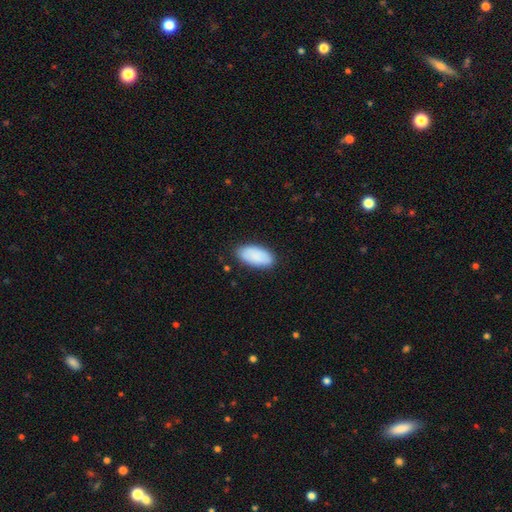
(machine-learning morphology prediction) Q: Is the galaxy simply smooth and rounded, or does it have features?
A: smooth — 89%.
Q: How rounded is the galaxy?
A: in between — 93%.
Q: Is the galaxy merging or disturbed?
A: none — 85%.